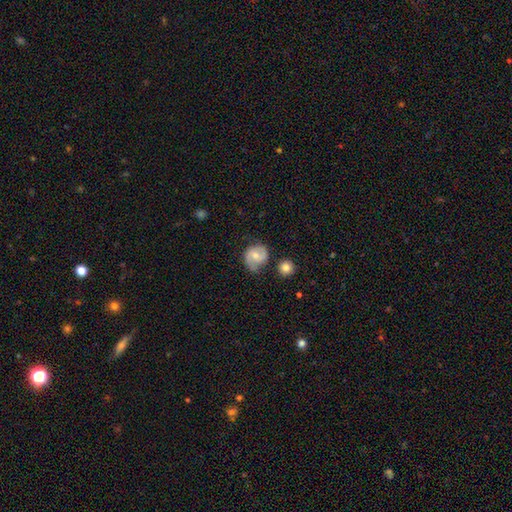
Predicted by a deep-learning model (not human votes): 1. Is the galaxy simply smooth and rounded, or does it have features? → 59% featured or disk, 34% smooth, 7% star or artifact.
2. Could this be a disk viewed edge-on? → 97% no, 3% yes.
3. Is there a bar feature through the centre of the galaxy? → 48% weak, 38% no, 14% strong.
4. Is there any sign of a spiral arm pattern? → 87% yes, 13% no.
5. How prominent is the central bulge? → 57% moderate, 36% small, 3% none, 3% large, 1% dominant.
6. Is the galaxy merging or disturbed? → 67% none, 22% minor disturbance, 7% major disturbance, 4% merger.